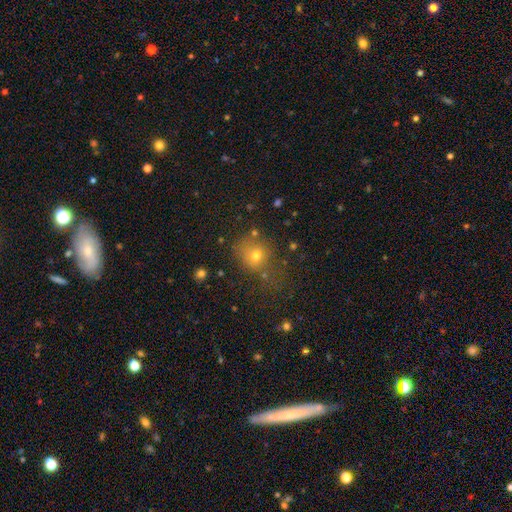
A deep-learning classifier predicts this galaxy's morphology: Overall: smooth (69%). How rounded: round (72%). Merging: none (55%; minor disturbance 20%).